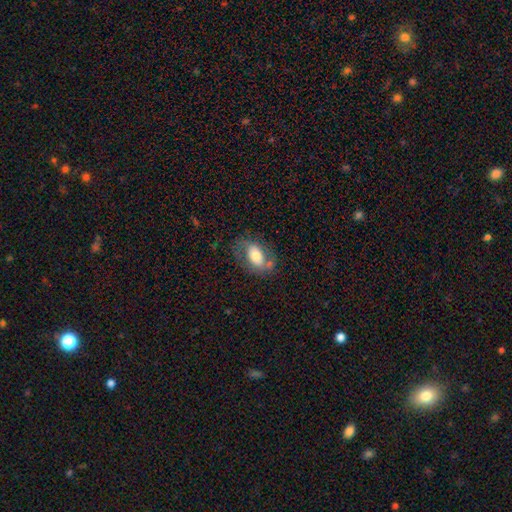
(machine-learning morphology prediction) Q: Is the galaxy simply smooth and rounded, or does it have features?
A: smooth — 58%.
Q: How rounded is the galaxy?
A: in between — 89%.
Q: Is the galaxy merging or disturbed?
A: none — 58%.